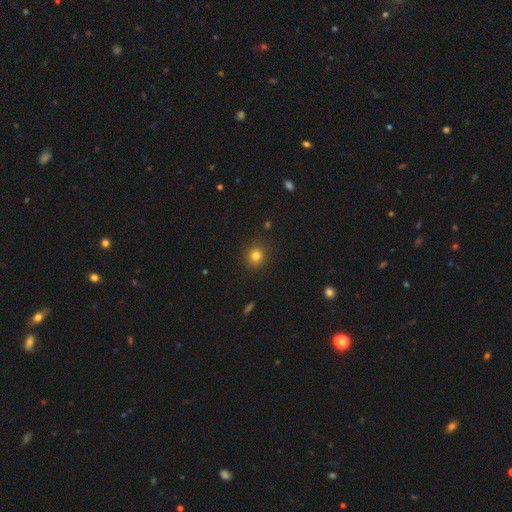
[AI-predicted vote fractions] Smooth or featured? smooth (80%)
How rounded? round (89%)
Merging? none (90%)